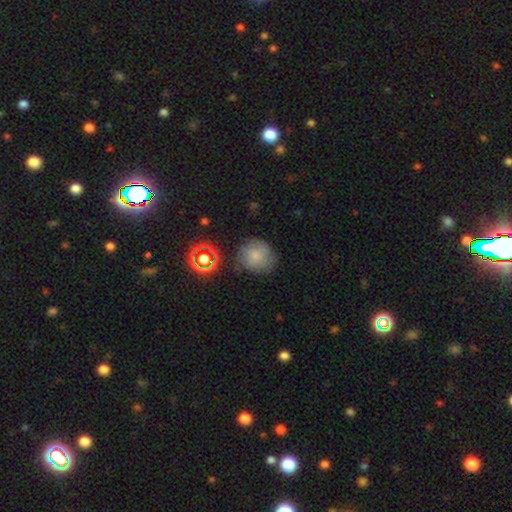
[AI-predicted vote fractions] Smooth or featured: smooth — 69% (featured or disk — 18%)
How rounded: round — 88% (in between — 11%)
Merging: none — 73% (minor disturbance — 17%)